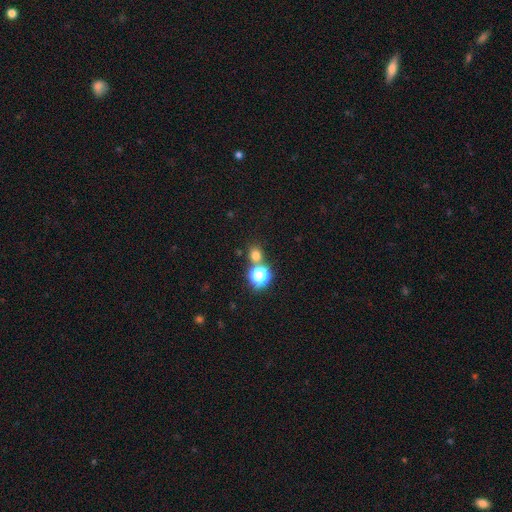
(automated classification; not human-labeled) This is likely a smooth galaxy (70%). How rounded: likely round (80%). Merging: likely none (72%).